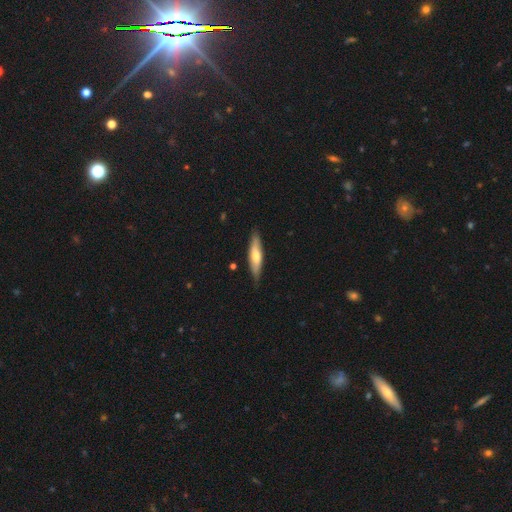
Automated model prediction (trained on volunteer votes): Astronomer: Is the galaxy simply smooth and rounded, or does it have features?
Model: smooth — 54% (runner-up: featured or disk, 40%).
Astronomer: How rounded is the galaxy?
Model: cigar-shaped — 74%.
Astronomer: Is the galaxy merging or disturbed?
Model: none — 82%.